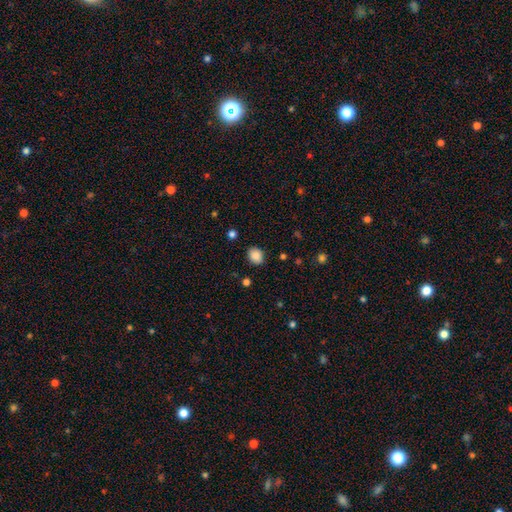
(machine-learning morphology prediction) smooth 87%, star or artifact 9%, featured or disk 4%. Down the decision tree: how rounded — round (55%); merging — none (87%).